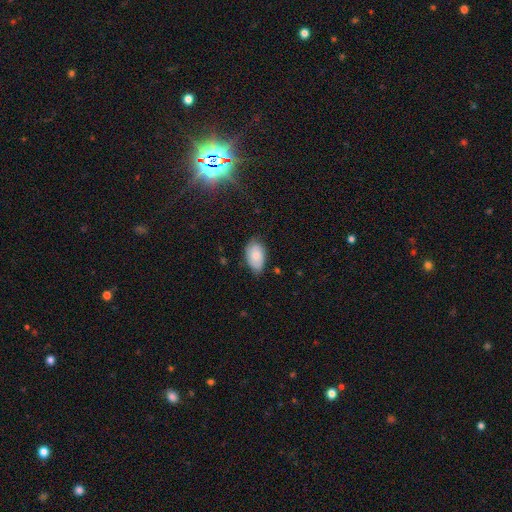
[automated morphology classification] The model was most divided on "merging": none: 66%, minor disturbance: 27%, major disturbance: 5%, merger: 1%. More confident: how rounded — in between (93%); smooth or featured — smooth (71%).